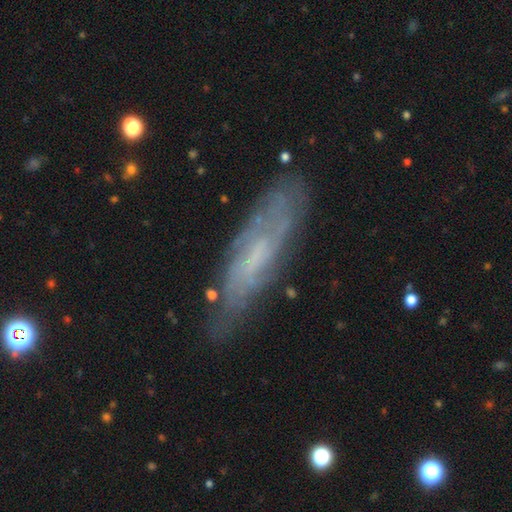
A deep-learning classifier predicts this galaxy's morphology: smooth_or_featured: featured or disk (p=0.60) [alt: smooth p=0.32]
disk_edge_on: no (p=0.61) [alt: yes p=0.39]
merging: none (p=0.74) [alt: minor disturbance p=0.19]